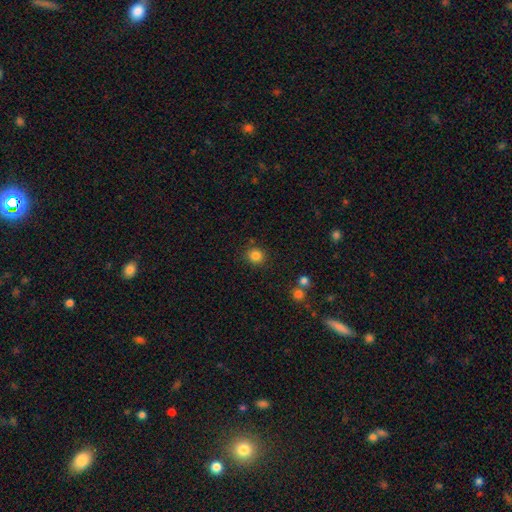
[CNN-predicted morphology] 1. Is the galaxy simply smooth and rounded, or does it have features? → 83% smooth, 12% star or artifact, 5% featured or disk.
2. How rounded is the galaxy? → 90% round, 9% in between, 1% cigar-shaped.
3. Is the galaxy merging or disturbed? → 87% none, 7% minor disturbance, 3% merger, 3% major disturbance.